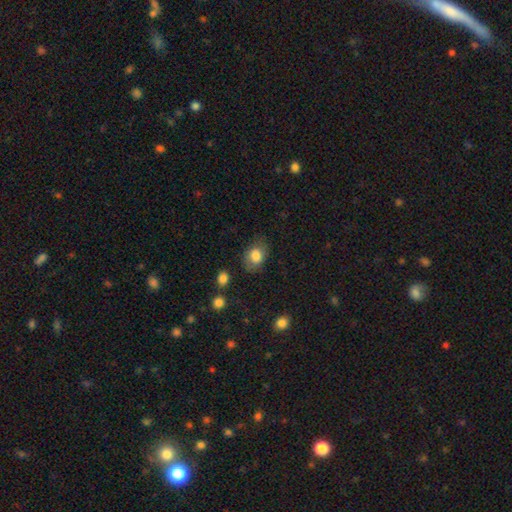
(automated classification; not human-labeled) A smooth galaxy with no disk features (79%) that is in between round and cigar-shaped (74%). Merging: none (73%).